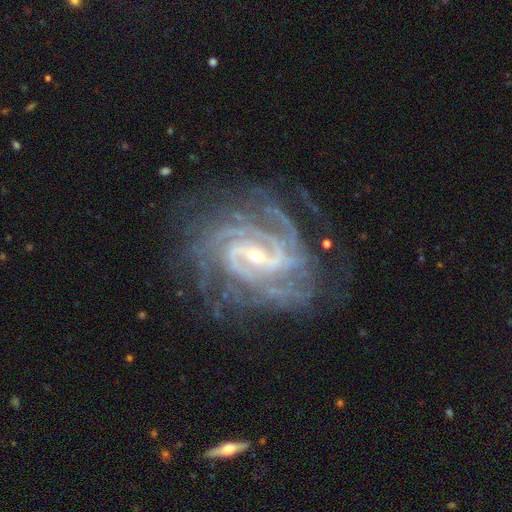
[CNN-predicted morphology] Smooth or featured?
  - featured or disk: 93% *
  - star or artifact: 5%
  - smooth: 2%
Edge-on disk?
  - no: 97% *
  - yes: 3%
Bar?
  - weak: 42% *
  - strong: 38%
  - no: 19%
Spiral arms?
  - yes: 99% *
  - no: 1%
Spiral winding?
  - tight: 66% *
  - medium: 30%
  - loose: 4%
Spiral arm count?
  - 4: 23% *
  - 2: 21%
  - 3: 19%
  - can't tell: 17%
  - more than 4: 11%
  - 1: 8%
Bulge size?
  - small: 72% *
  - moderate: 25%
  - large: 1%
  - none: 1%
  - dominant: 1%
Merging?
  - none: 73% *
  - minor disturbance: 17%
  - major disturbance: 9%
  - merger: 1%